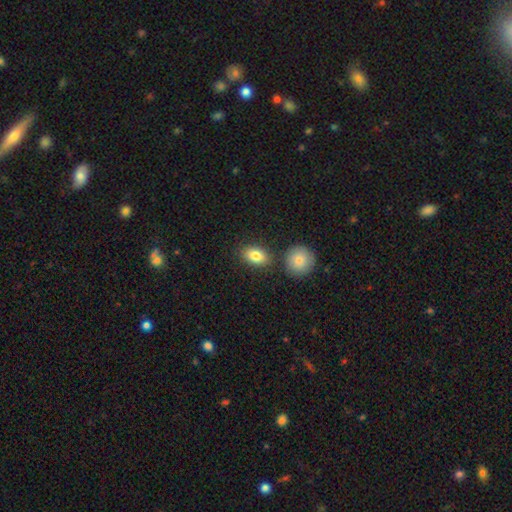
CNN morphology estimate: This is clearly a smooth galaxy (83%). How rounded: clearly in between (82%). Merging: likely none (76%).